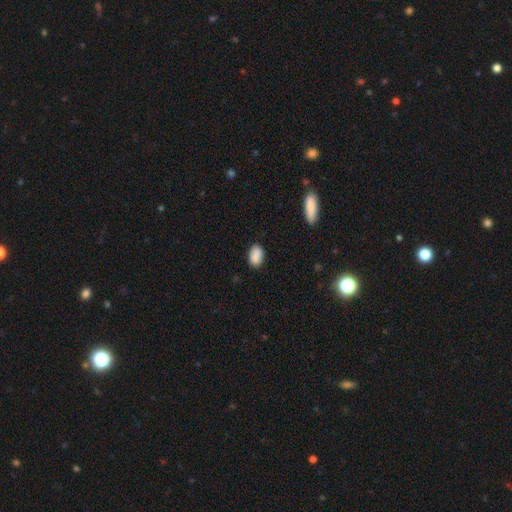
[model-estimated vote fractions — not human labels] The model was most divided on "merging": none: 83%, minor disturbance: 13%, major disturbance: 2%, merger: 2%. More confident: how rounded — in between (89%); smooth or featured — smooth (89%).